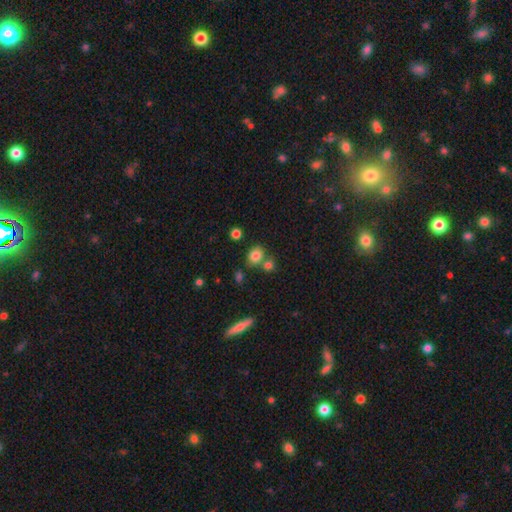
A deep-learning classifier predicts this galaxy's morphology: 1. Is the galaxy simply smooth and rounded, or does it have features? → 80% smooth, 12% star or artifact, 8% featured or disk.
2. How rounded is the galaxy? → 61% round, 37% in between, 1% cigar-shaped.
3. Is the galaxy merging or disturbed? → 65% none, 21% merger, 11% minor disturbance, 3% major disturbance.